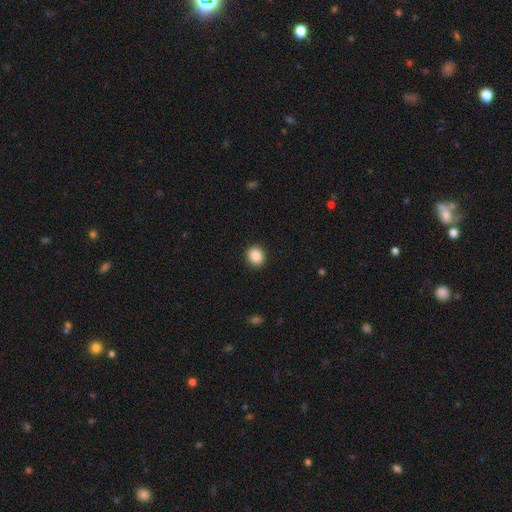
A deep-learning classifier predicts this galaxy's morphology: The model was most divided on "how rounded": round: 77%, in between: 22%, cigar-shaped: 1%. More confident: merging — none (91%); smooth or featured — smooth (88%).